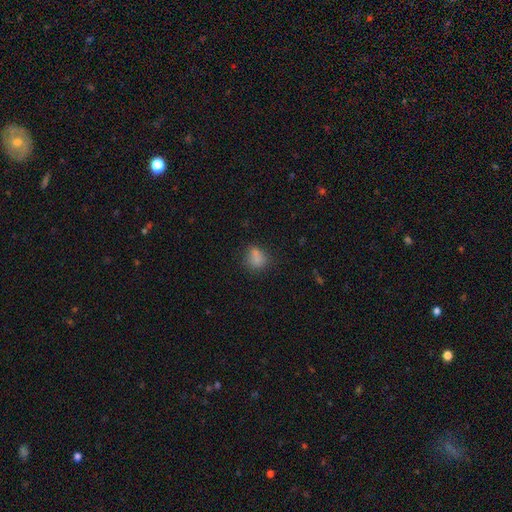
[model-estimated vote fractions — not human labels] smooth 79%, star or artifact 12%, featured or disk 9%. Down the decision tree: how rounded — round (51%); merging — none (58%).